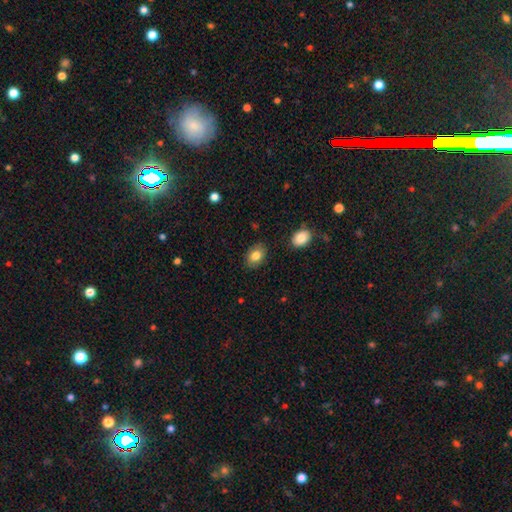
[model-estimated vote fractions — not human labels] Overall: smooth (81%). How rounded: in between (79%). Merging: none (85%).